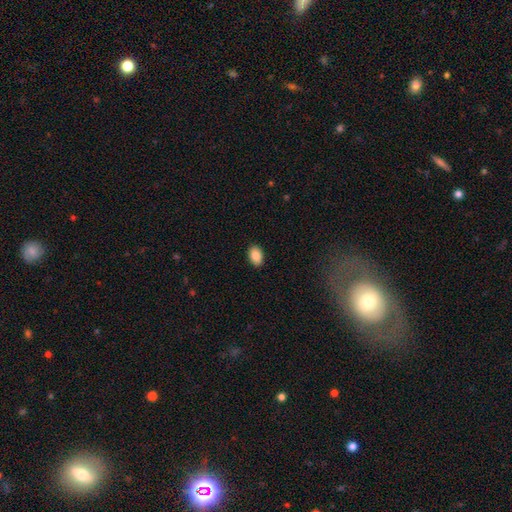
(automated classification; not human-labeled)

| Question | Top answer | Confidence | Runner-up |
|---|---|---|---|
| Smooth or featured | smooth | 86% | star or artifact (8%) |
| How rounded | in between | 87% | round (12%) |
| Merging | none | 90% | minor disturbance (7%) |